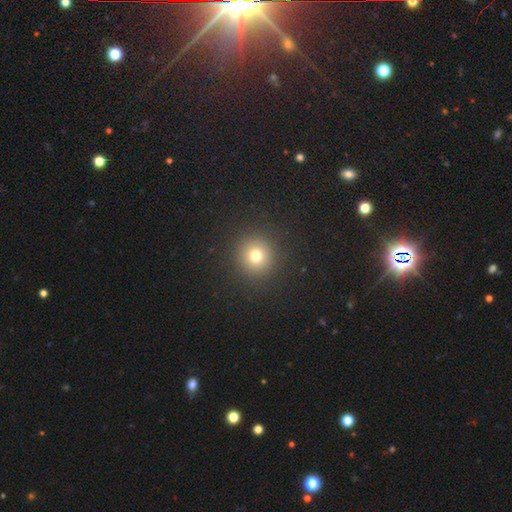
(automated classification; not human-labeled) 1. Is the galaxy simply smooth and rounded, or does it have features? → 74% smooth, 17% star or artifact, 9% featured or disk.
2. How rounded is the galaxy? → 94% round, 5% in between, 1% cigar-shaped.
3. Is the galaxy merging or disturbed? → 91% none, 5% minor disturbance, 3% major disturbance, 1% merger.